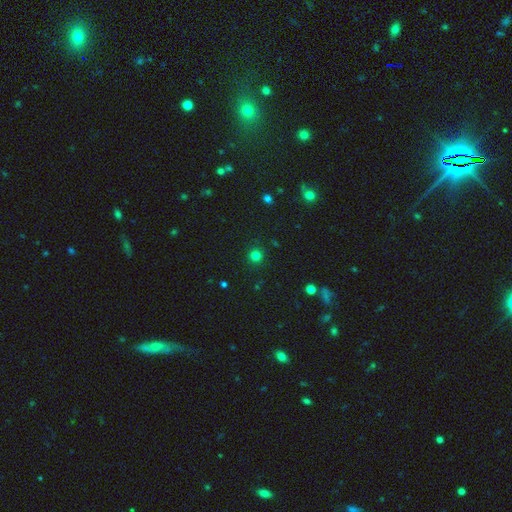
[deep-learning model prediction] Smooth or featured: smooth — 78% (star or artifact — 17%)
How rounded: round — 95% (in between — 5%)
Merging: none — 91% (minor disturbance — 6%)